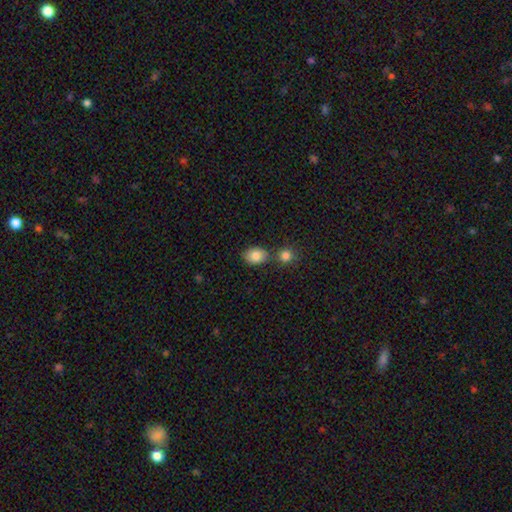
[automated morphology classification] Smooth or featured? smooth (84%)
How rounded? in between (69%)
Merging? none (66%)